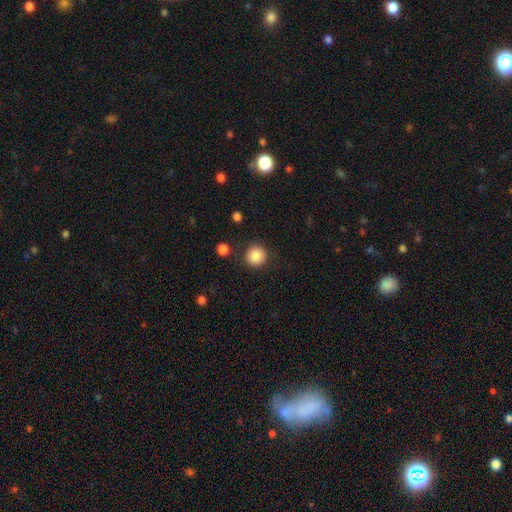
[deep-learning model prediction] Smooth or featured? smooth (86%)
How rounded? round (93%)
Merging? none (89%)